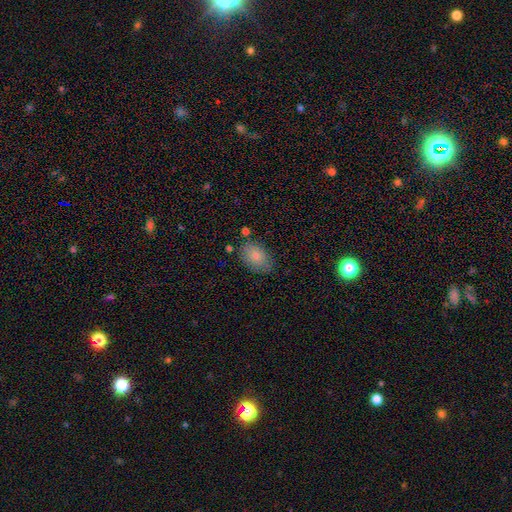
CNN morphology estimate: Smooth or featured?
  - smooth: 82% *
  - featured or disk: 11%
  - star or artifact: 8%
How rounded?
  - in between: 86% *
  - round: 12%
  - cigar-shaped: 1%
Merging?
  - none: 75% *
  - minor disturbance: 17%
  - major disturbance: 4%
  - merger: 4%